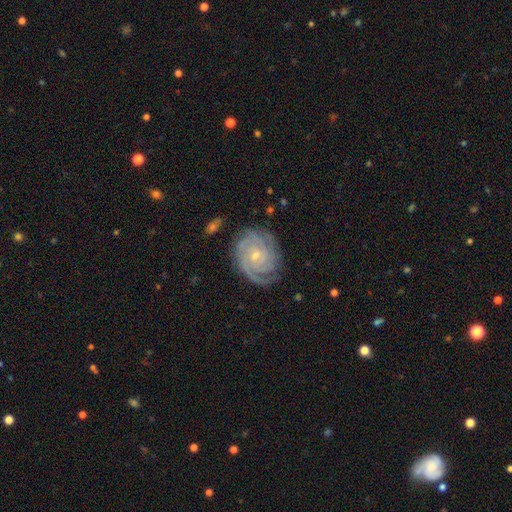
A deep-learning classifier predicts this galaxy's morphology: Smooth or featured? Predicted: featured or disk (p=0.87). Edge-on disk? Predicted: no (p=0.97). Bar? Predicted: no (p=0.72). Spiral arms? Predicted: yes (p=0.98). Spiral winding? Predicted: tight (p=0.78). Spiral arm count? Predicted: 3 (p=0.27). Bulge size? Predicted: small (p=0.71). Merging? Predicted: none (p=0.78).